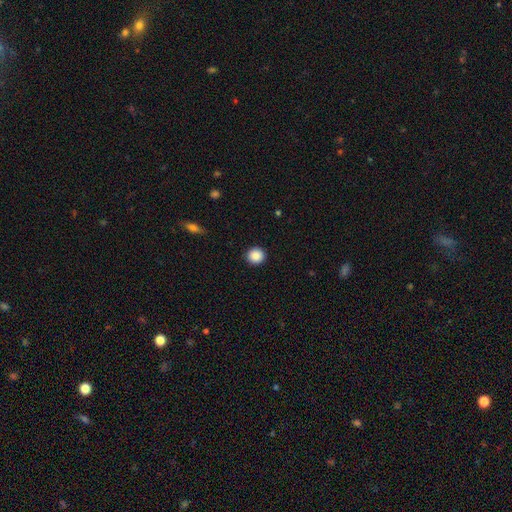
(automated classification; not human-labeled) The model was most divided on "smooth or featured": smooth: 88%, star or artifact: 9%, featured or disk: 3%. More confident: merging — none (92%); how rounded — round (91%).